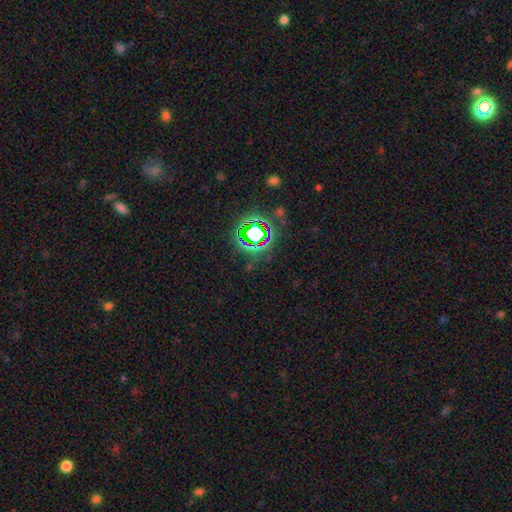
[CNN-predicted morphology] This appears to be a star or artifact, not a galaxy (77%).